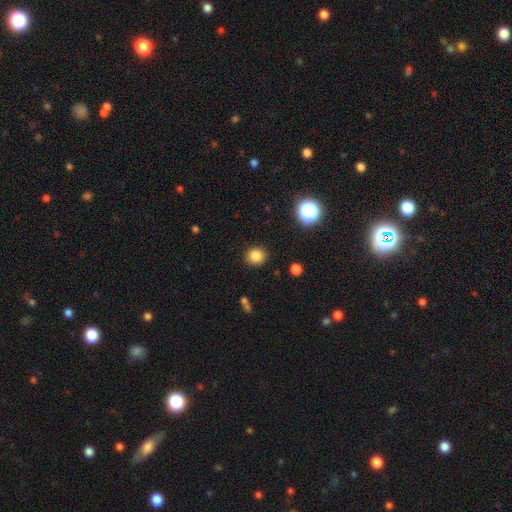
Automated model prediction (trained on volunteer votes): Smooth or featured? Predicted: smooth (p=0.84). How rounded? Predicted: round (p=0.83). Merging? Predicted: none (p=0.90).